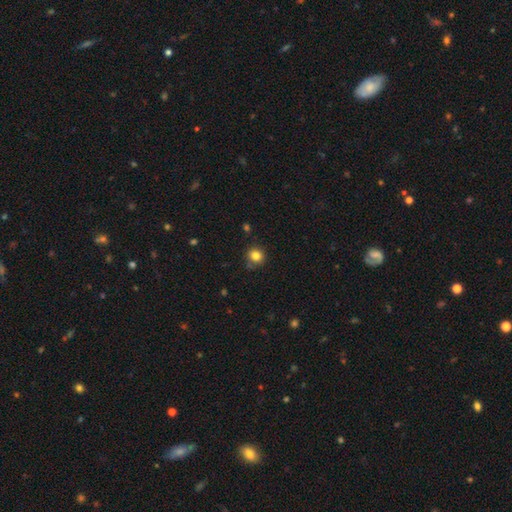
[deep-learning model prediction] Smooth or featured? smooth (82%)
How rounded? round (89%)
Merging? none (83%)